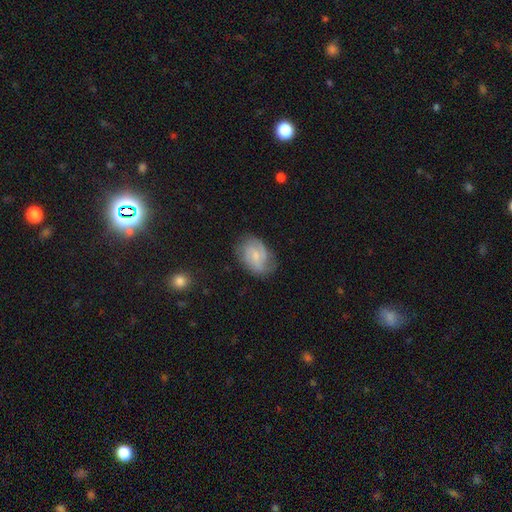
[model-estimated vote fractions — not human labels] Q: Smooth or featured?
A: featured or disk (68%); runner-up: smooth (26%)
Q: Edge-on disk?
A: no (97%); runner-up: yes (3%)
Q: Bar?
A: weak (49%); runner-up: no (43%)
Q: Spiral arms?
A: yes (91%); runner-up: no (9%)
Q: Spiral winding?
A: medium (47%); runner-up: tight (35%)
Q: Spiral arm count?
A: 2 (57%); runner-up: can't tell (20%)
Q: Bulge size?
A: small (61%); runner-up: moderate (26%)
Q: Merging?
A: none (69%); runner-up: minor disturbance (22%)